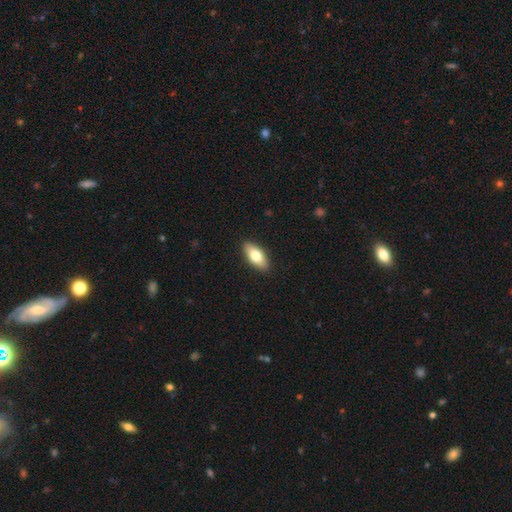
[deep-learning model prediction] Morphology: type=smooth (74%); roundness=in between (86%); merging=none (89%).